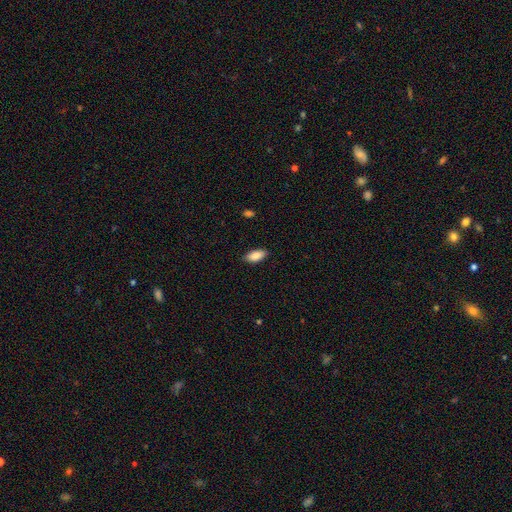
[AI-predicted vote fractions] This is clearly a smooth galaxy (88%). How rounded: clearly in between (88%). Merging: clearly none (87%).